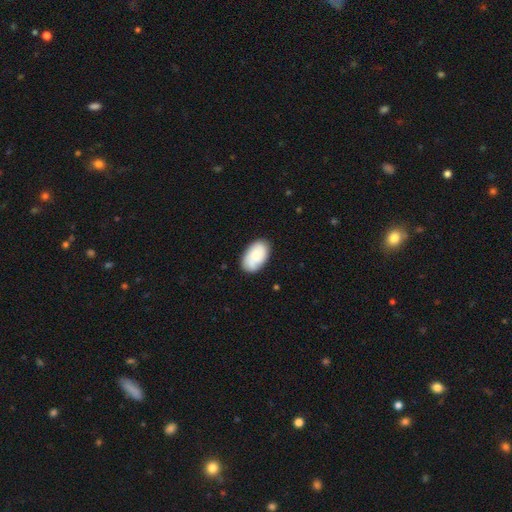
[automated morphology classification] Smooth or featured? Predicted: smooth (p=0.71). How rounded? Predicted: in between (p=0.93). Merging? Predicted: none (p=0.79).